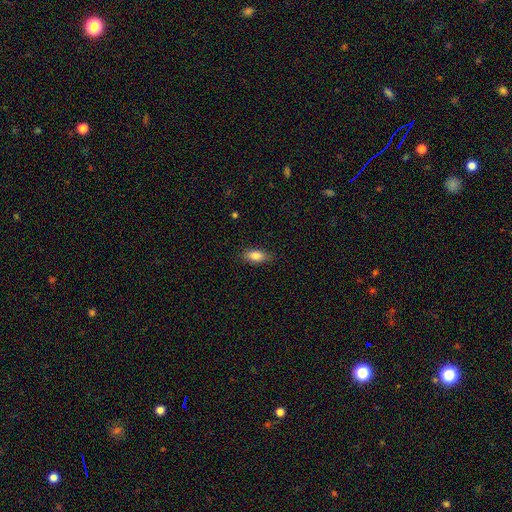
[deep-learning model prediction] Overall: smooth (82%). How rounded: in between (83%). Merging: none (83%).